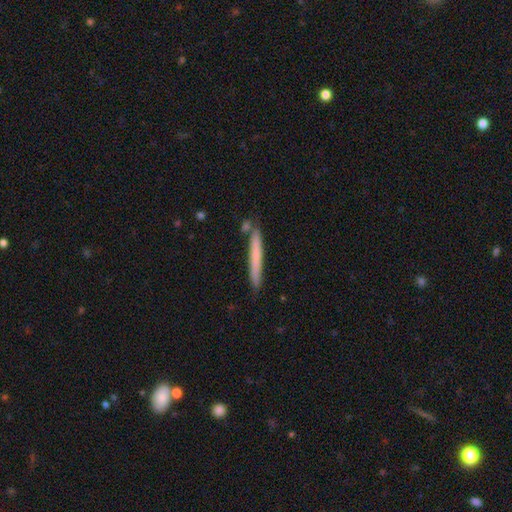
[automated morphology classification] A smooth galaxy with no disk features (63%) that is cigar-shaped (97%). Merging: none (82%).